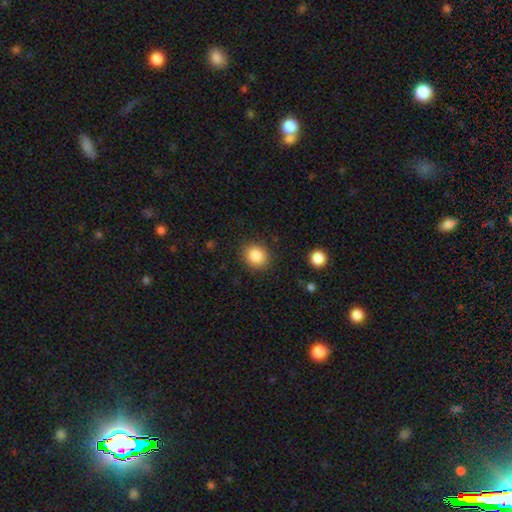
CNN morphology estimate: Smooth or featured? Predicted: smooth (p=0.86). How rounded? Predicted: round (p=0.80). Merging? Predicted: none (p=0.88).